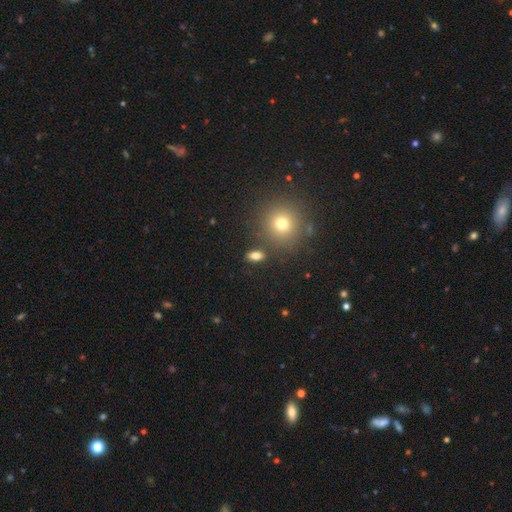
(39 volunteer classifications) A smooth galaxy with no disk features (85%) that is in between round and cigar-shaped (85%).

Vote fractions:
- Smooth or featured? smooth: 85% / star or artifact: 10% / featured or disk: 5%
- How rounded? in between: 85% / cigar-shaped: 12% / round: 3%
- Merging? none: 91% / minor disturbance: 6% / major disturbance: 3% / merger: 0%